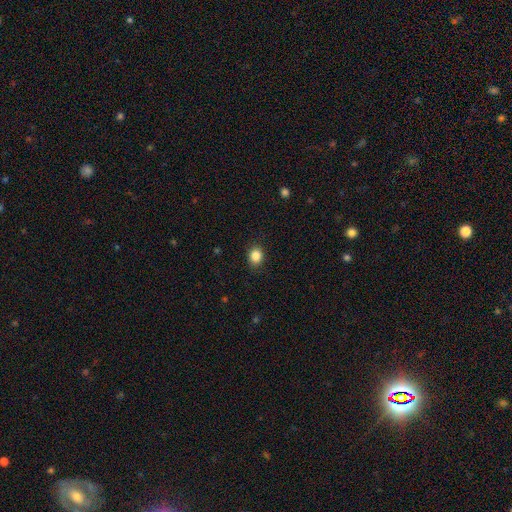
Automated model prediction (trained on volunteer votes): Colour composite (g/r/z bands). It shows a smooth galaxy with no disk features (86%) that is round (59%). Merging: none (88%).